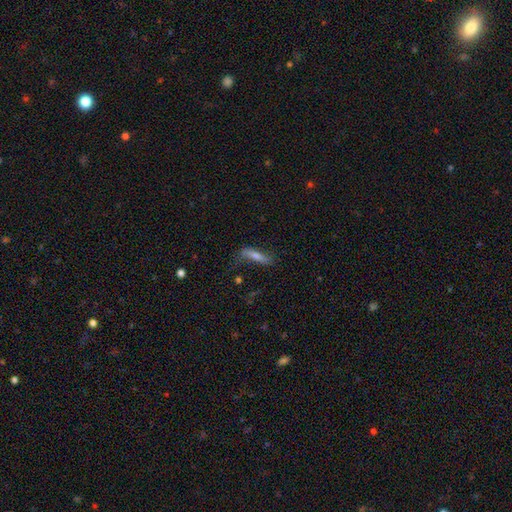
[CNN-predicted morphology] Q: Smooth or featured?
A: smooth (51%); runner-up: featured or disk (39%)
Q: How rounded?
A: cigar-shaped (76%); runner-up: in between (22%)
Q: Merging?
A: none (58%); runner-up: minor disturbance (25%)